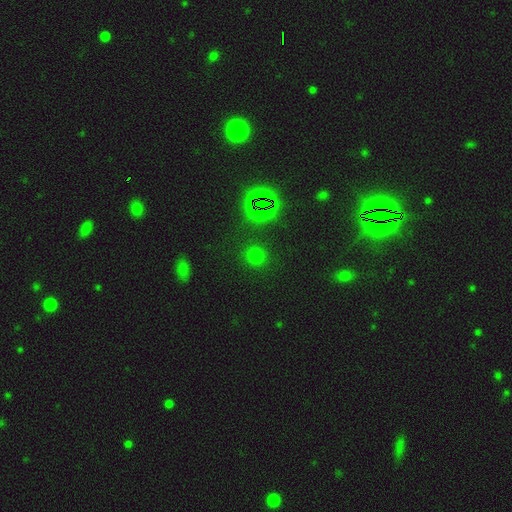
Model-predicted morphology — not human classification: Smooth or featured: smooth — 66% (star or artifact — 29%)
How rounded: round — 92% (in between — 7%)
Merging: none — 89% (minor disturbance — 6%)